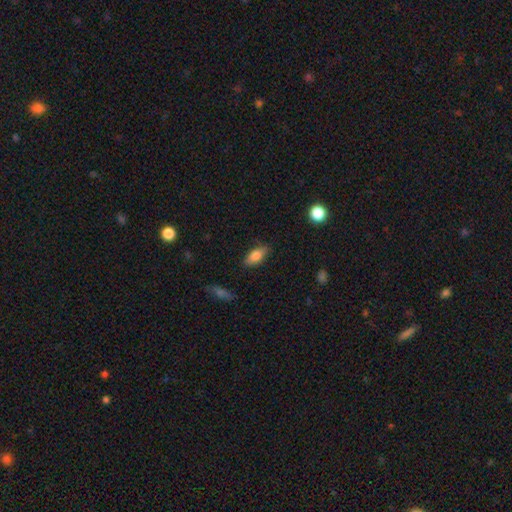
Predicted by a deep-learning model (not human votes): Smooth or featured? smooth (81%)
How rounded? in between (85%)
Merging? none (81%)